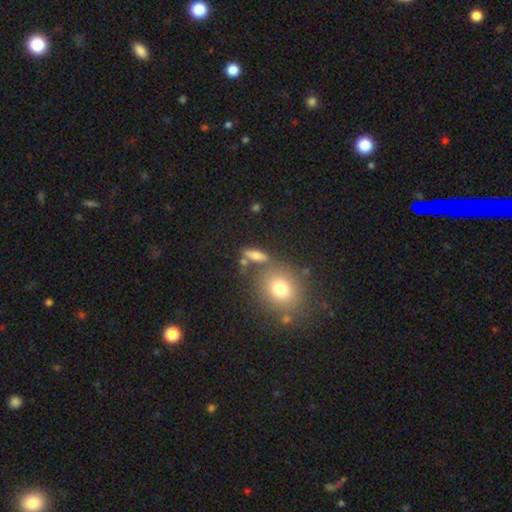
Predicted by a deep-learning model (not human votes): This appears to be a smooth galaxy with no disk features (66%) that is in between round and cigar-shaped (46%). Merging: none (65%).